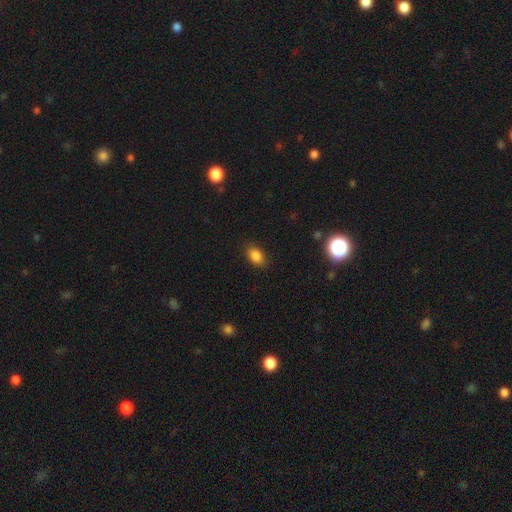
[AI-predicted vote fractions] This appears to be a smooth galaxy with no disk features (85%) that is in between round and cigar-shaped (84%). Merging: none (86%).